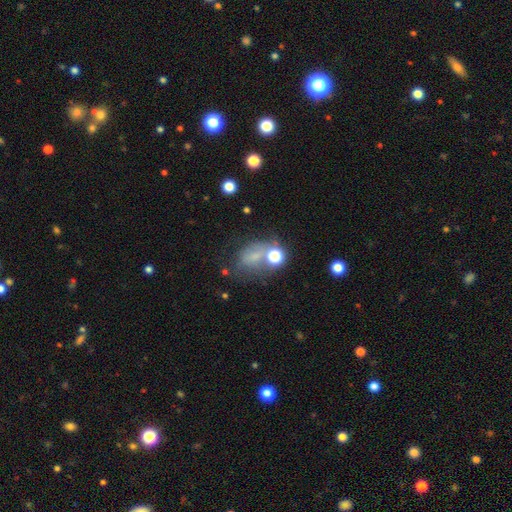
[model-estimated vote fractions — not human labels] Morphology: type=smooth (52%); roundness=in between (64%); merging=none (40%).